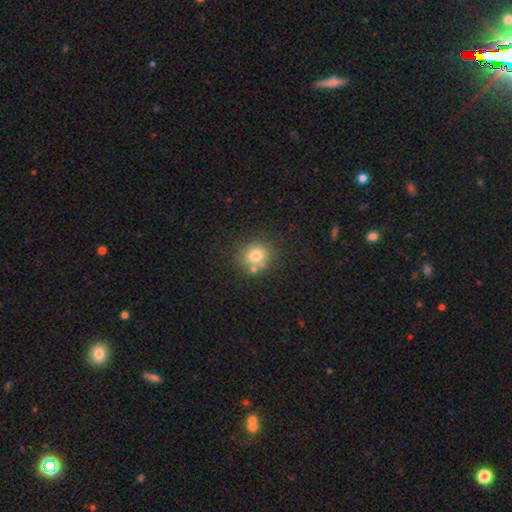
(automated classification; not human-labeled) A smooth galaxy with no disk features (75%) that is round (81%).

Vote fractions:
- Smooth or featured? smooth: 75% / star or artifact: 13% / featured or disk: 12%
- How rounded? round: 81% / in between: 18% / cigar-shaped: 1%
- Merging? none: 66% / merger: 18% / minor disturbance: 12% / major disturbance: 4%